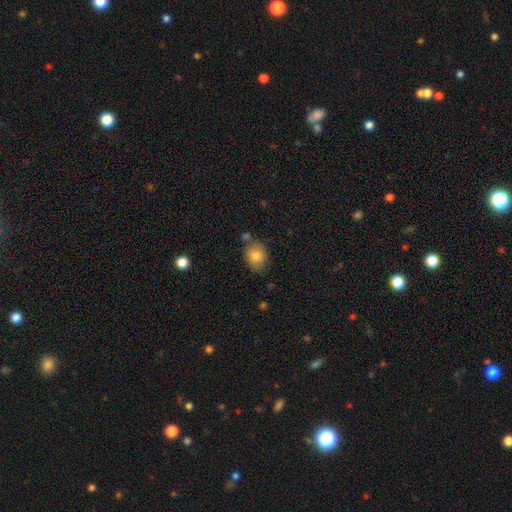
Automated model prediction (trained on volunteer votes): smooth_or_featured: smooth (p=0.81) [alt: featured or disk p=0.11]
how_rounded: in between (p=0.53) [alt: round p=0.46]
merging: none (p=0.72) [alt: minor disturbance p=0.16]